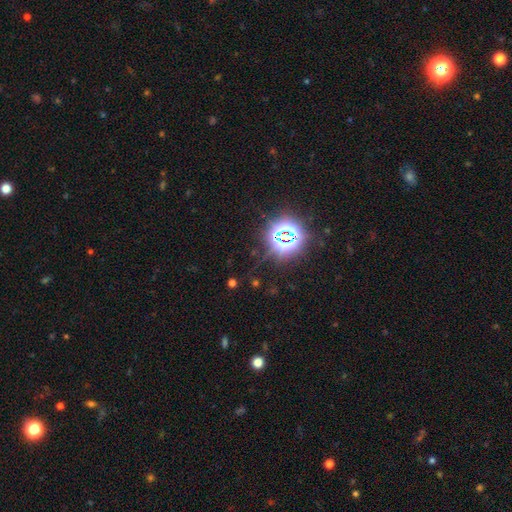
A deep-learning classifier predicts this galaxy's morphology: A star or artifact, not a galaxy (82%).